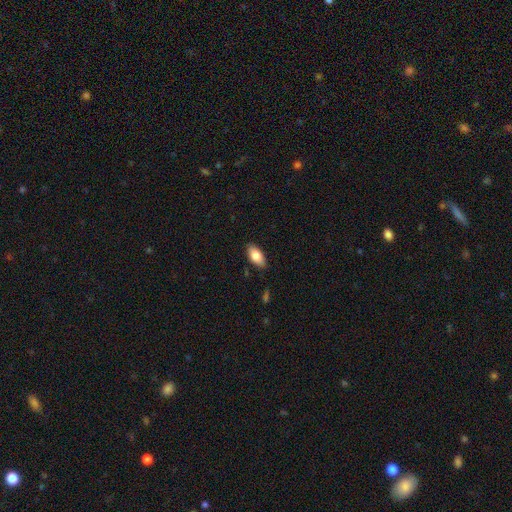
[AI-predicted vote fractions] A smooth galaxy with no disk features (82%) that is in between round and cigar-shaped (91%).

Vote fractions:
- Smooth or featured? smooth: 82% / featured or disk: 12% / star or artifact: 6%
- How rounded? in between: 91% / cigar-shaped: 7% / round: 3%
- Merging? none: 86% / minor disturbance: 11% / major disturbance: 2% / merger: 1%